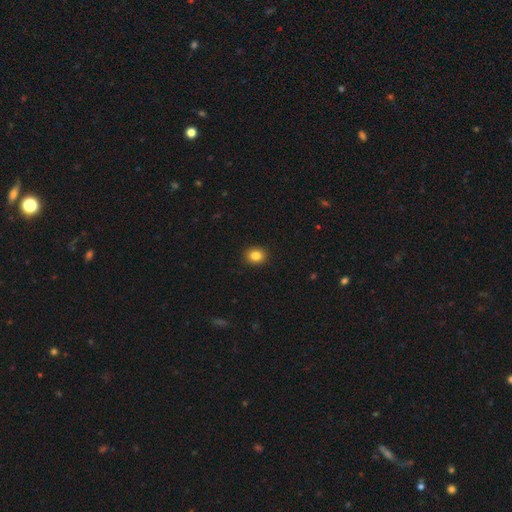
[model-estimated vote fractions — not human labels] This is clearly a smooth galaxy (84%). How rounded: likely round (63%). Merging: clearly none (92%).